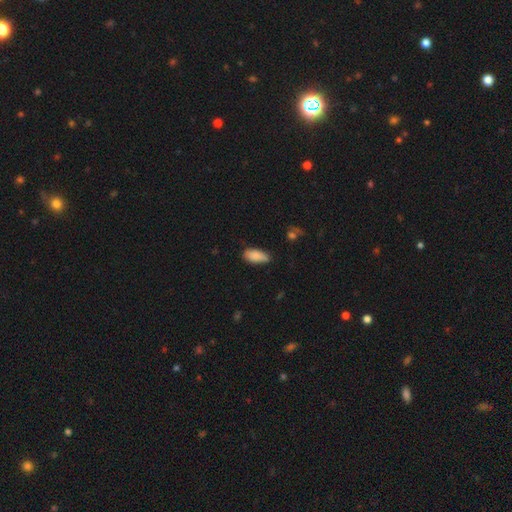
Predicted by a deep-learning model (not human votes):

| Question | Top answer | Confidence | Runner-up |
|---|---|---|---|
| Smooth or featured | smooth | 87% | star or artifact (7%) |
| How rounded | in between | 87% | cigar-shaped (11%) |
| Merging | none | 70% | minor disturbance (24%) |